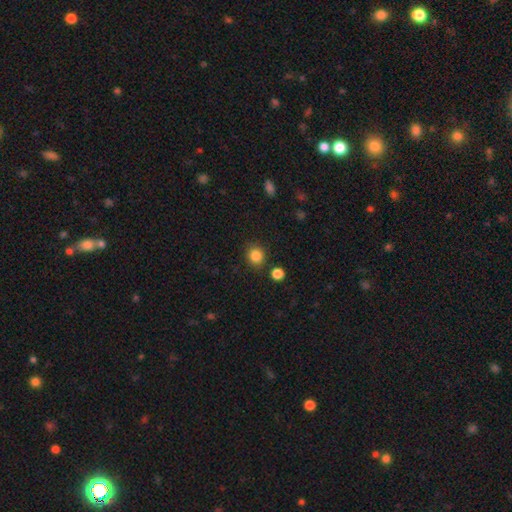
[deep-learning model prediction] Smooth or featured? smooth (85%)
How rounded? round (86%)
Merging? none (86%)